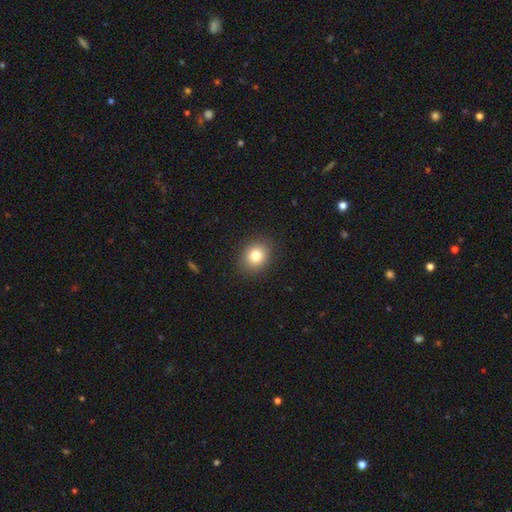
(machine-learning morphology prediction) Overall: smooth (81%). How rounded: round (63%; in between 36%). Merging: none (89%).